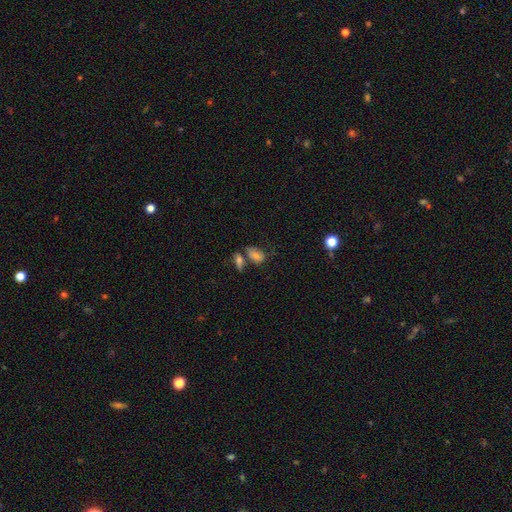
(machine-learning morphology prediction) smooth-or-featured: smooth: 64% | featured or disk: 23% | star or artifact: 13%
  how-rounded: in between: 77% | round: 18% | cigar-shaped: 4%
  merging: none: 44% | merger: 31% | minor disturbance: 17% | major disturbance: 8%